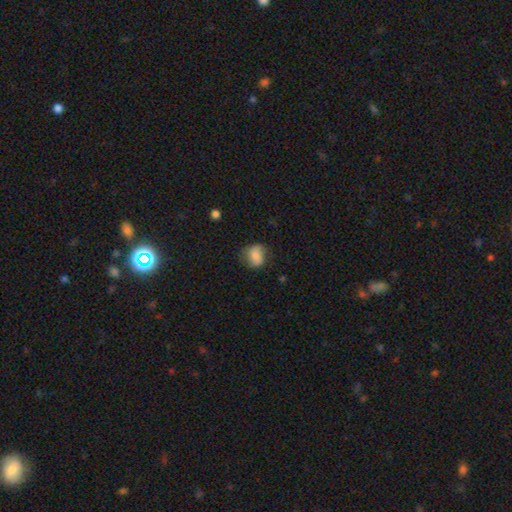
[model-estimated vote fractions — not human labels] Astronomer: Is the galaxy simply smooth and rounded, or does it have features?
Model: smooth — 78%.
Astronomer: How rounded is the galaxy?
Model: round — 59% (runner-up: in between, 40%).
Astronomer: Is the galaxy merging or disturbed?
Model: none — 65%.